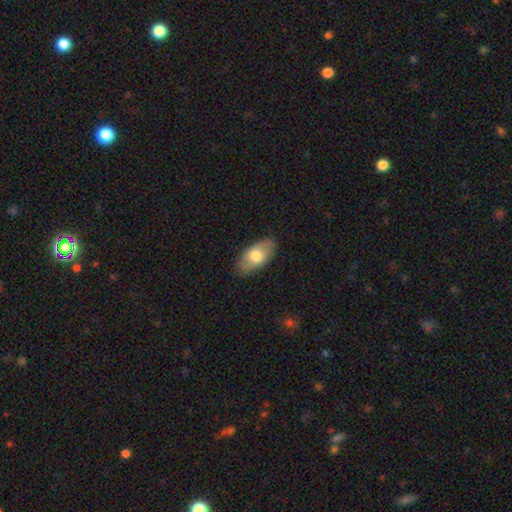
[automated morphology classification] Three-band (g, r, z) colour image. It shows a smooth galaxy with no disk features (72%) that is in between round and cigar-shaped (92%). Merging: none (83%).